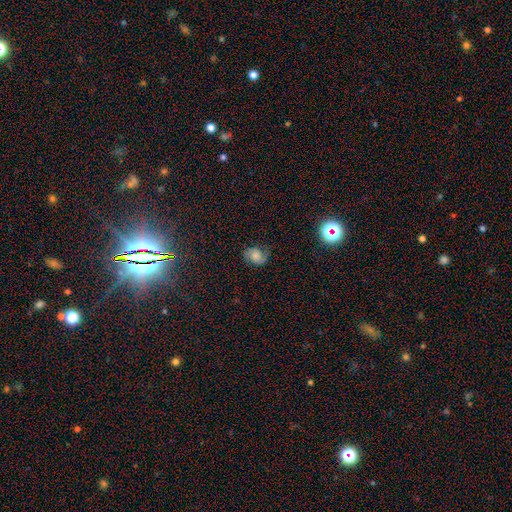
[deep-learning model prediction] This appears to be a featured or disk galaxy (48%). Merging: none (65%).